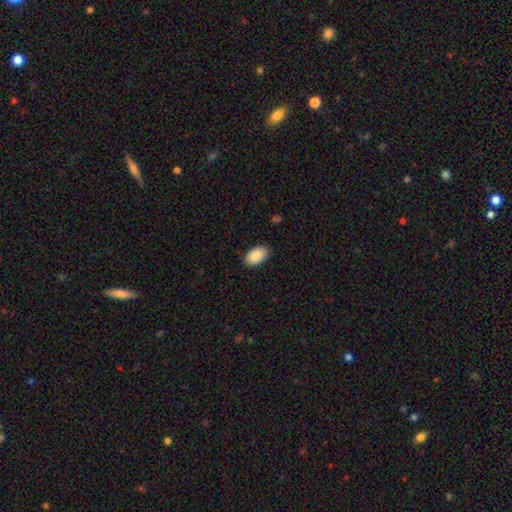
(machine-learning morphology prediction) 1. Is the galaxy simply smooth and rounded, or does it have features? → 89% smooth, 6% star or artifact, 5% featured or disk.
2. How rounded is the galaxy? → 94% in between, 5% round, 1% cigar-shaped.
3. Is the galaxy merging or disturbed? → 87% none, 10% minor disturbance, 2% major disturbance, 1% merger.